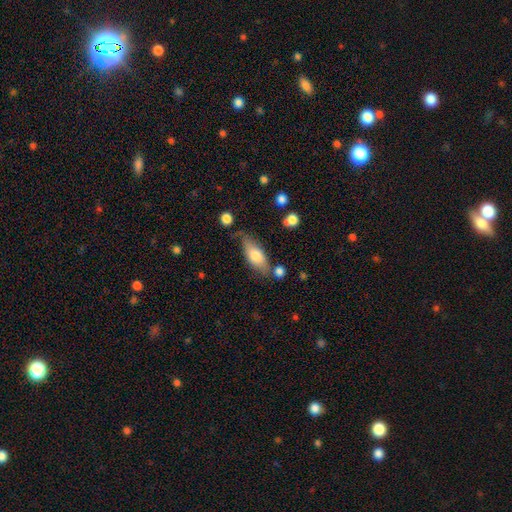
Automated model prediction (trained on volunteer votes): smooth-or-featured: smooth: 71% | featured or disk: 23% | star or artifact: 6%
  how-rounded: in between: 76% | cigar-shaped: 22% | round: 3%
  merging: none: 61% | minor disturbance: 24% | merger: 9% | major disturbance: 6%